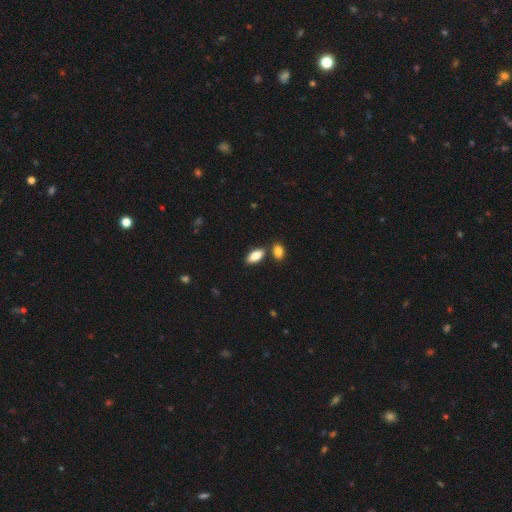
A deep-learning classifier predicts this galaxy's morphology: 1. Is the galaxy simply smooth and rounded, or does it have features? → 87% smooth, 7% featured or disk, 6% star or artifact.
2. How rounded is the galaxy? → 89% in between, 8% cigar-shaped, 3% round.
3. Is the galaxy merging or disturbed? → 75% none, 13% merger, 10% minor disturbance, 2% major disturbance.